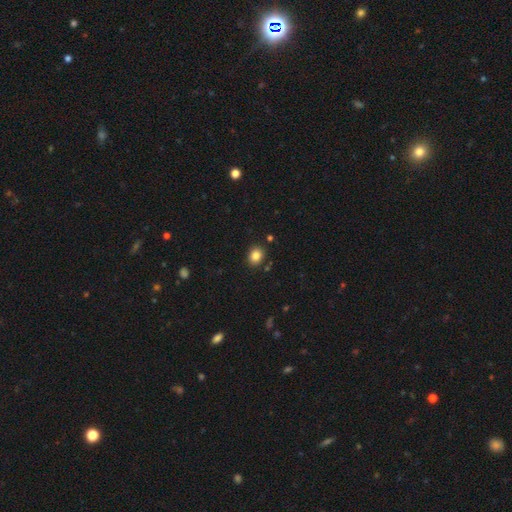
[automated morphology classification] A smooth galaxy with no disk features (84%) that is round (56%).

Vote fractions:
- Smooth or featured? smooth: 84% / star or artifact: 10% / featured or disk: 6%
- How rounded? round: 56% / in between: 44% / cigar-shaped: 1%
- Merging? none: 87% / minor disturbance: 8% / merger: 2% / major disturbance: 2%